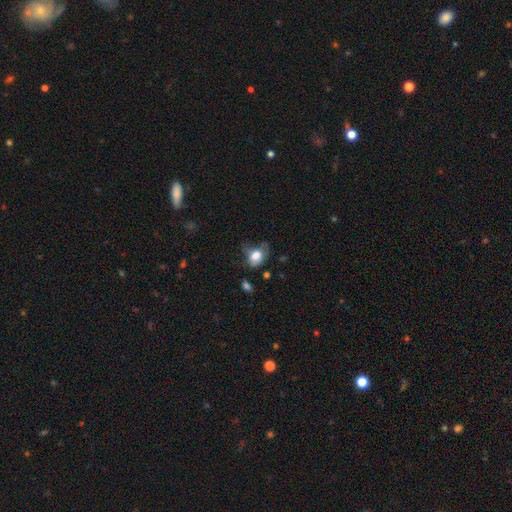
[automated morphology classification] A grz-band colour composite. It shows a smooth galaxy with no disk features (73%) that is in between round and cigar-shaped (67%). Merging: major disturbance (35%).